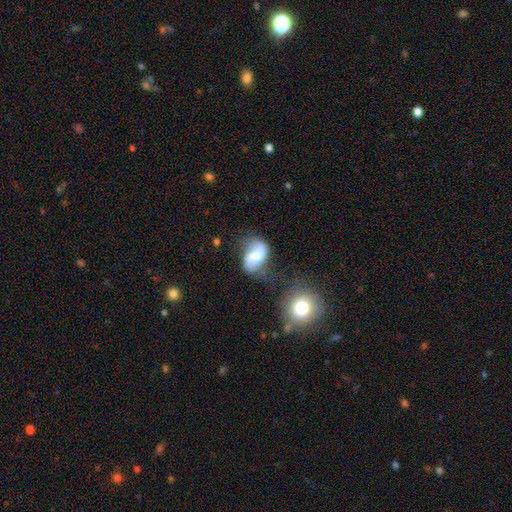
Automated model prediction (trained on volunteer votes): A featured or disk galaxy (65%) with no bar (46%), 2 (88%) loose (60%) spiral arms (90%) and a moderate central bulge (49%). Merging: none (53%).